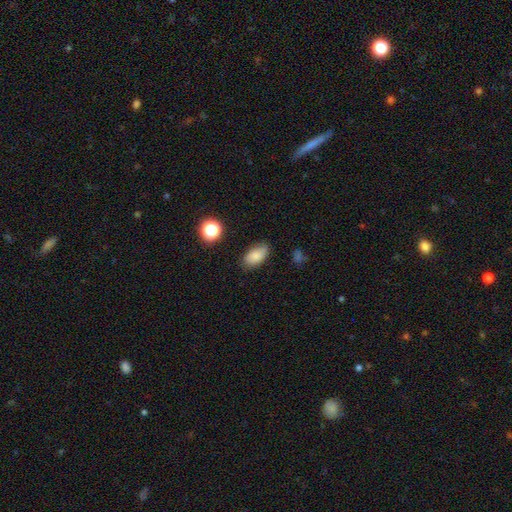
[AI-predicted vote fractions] Smooth or featured?
  - smooth: 80% *
  - featured or disk: 10%
  - star or artifact: 10%
How rounded?
  - in between: 91% *
  - round: 7%
  - cigar-shaped: 2%
Merging?
  - none: 74% *
  - minor disturbance: 20%
  - major disturbance: 4%
  - merger: 2%